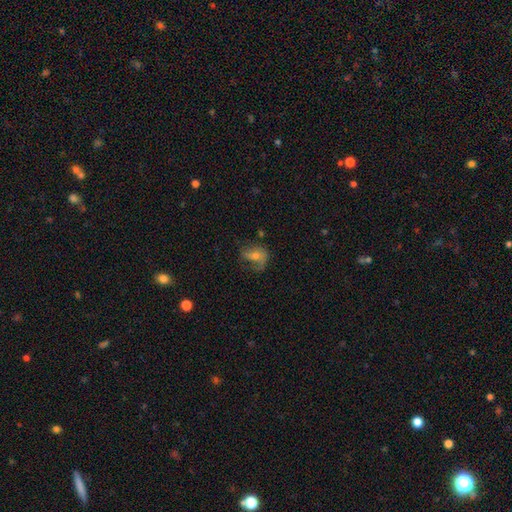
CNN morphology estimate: A featured or disk galaxy (55%) with no bar (60%), spiral arms (75%) and a small central bulge (45%, tied with moderate). Merging: none (43%).